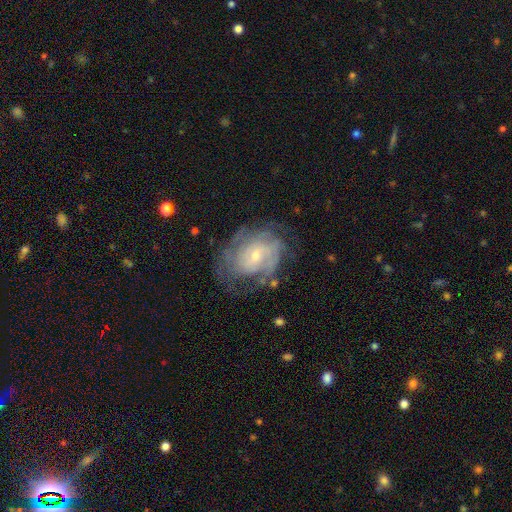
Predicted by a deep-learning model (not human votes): featured or disk 73%, smooth 19%, star or artifact 8%. Down the decision tree: edge-on disk — no (96%); bar — no (66%); spiral arms — yes (80%); spiral arm count — can't tell (55%); spiral winding — tight (57%); bulge size — small (66%); merging — none (60%).